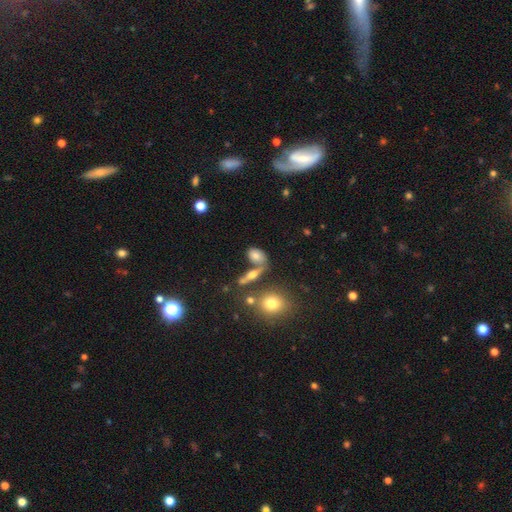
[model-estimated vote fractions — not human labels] smooth_or_featured: smooth (p=0.67) [alt: featured or disk p=0.21]
how_rounded: in between (p=0.80) [alt: round p=0.13]
merging: none (p=0.48) [alt: merger p=0.29]